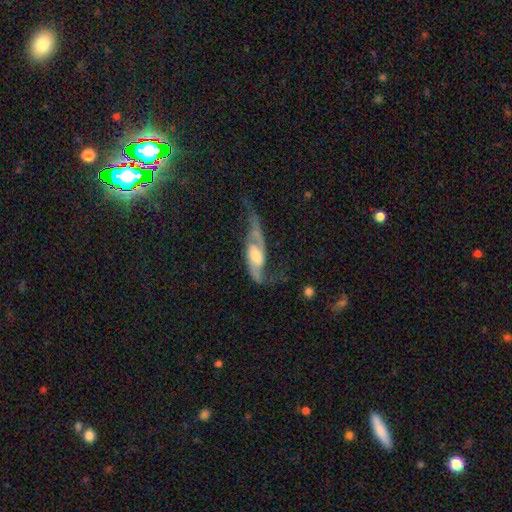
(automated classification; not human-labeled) smooth-or-featured: featured or disk: 82% | smooth: 12% | star or artifact: 5%
  disk-edge-on: no: 88% | yes: 12%
    bar: weak: 43% | no: 40% | strong: 17%
    has-spiral-arms: yes: 93% | no: 7%
      spiral-winding: loose: 66% | medium: 26% | tight: 8%
      spiral-arm-count: 2: 89% | 1: 4% | can't tell: 4% | 3: 1% | 4: 1% | more than 4: 1%
    bulge-size: moderate: 55% | large: 20% | small: 18% | none: 4% | dominant: 2%
  merging: none: 44% | major disturbance: 31% | minor disturbance: 21% | merger: 4%